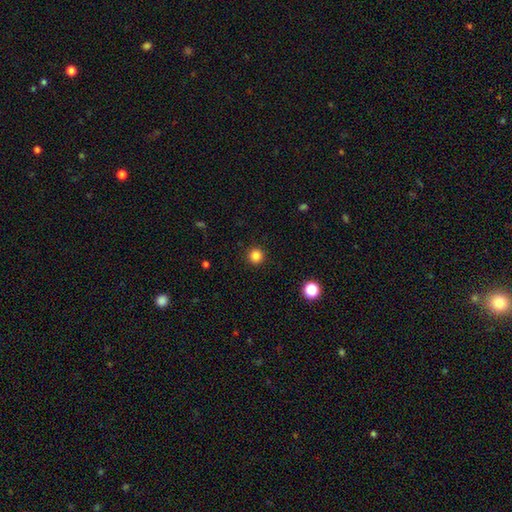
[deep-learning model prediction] A smooth galaxy with no disk features (85%) that is round (95%). Merging: none (92%).